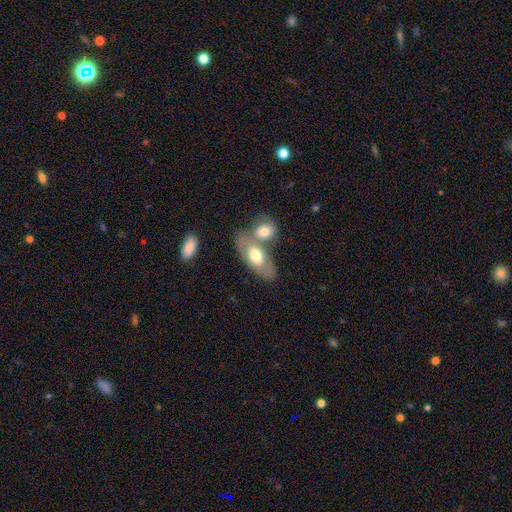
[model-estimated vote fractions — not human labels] Smooth or featured? smooth (59%)
How rounded? in between (88%)
Merging? merger (47%)